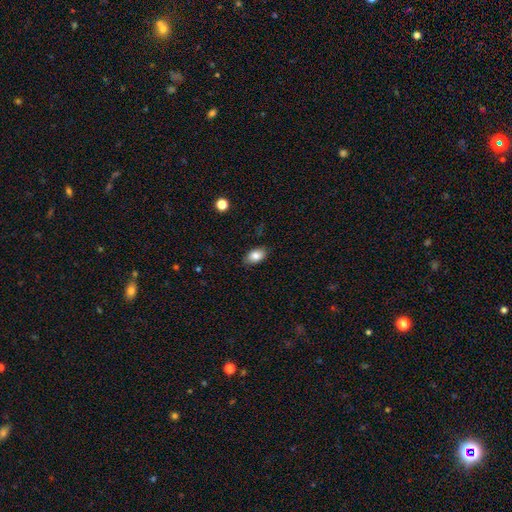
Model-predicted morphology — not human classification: Smooth or featured? Predicted: smooth (p=0.83). How rounded? Predicted: in between (p=0.90). Merging? Predicted: none (p=0.85).